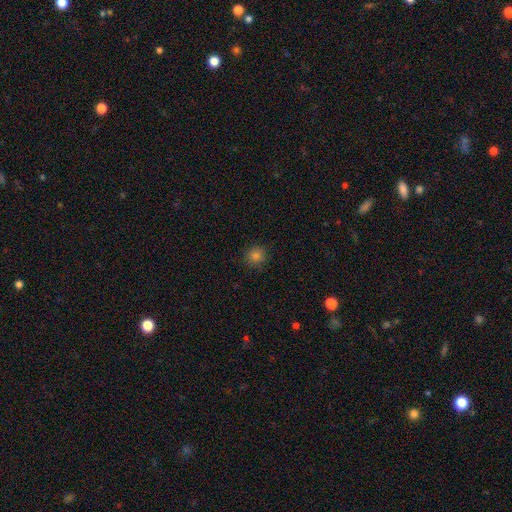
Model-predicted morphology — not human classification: A smooth galaxy with no disk features (80%) that is round (91%). Merging: none (90%).